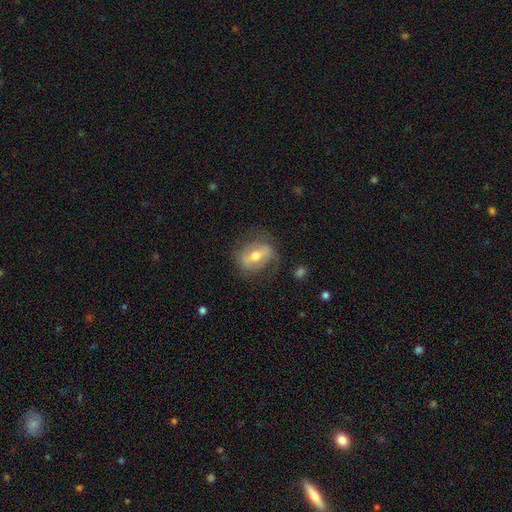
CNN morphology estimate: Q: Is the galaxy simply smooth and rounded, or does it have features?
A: featured or disk — 57%.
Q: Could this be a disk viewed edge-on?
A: no — 90%.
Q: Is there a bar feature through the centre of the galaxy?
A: strong — 43%.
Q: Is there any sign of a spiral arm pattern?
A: yes — 56%.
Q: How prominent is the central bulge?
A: moderate — 71%.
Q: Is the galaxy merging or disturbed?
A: none — 63%.